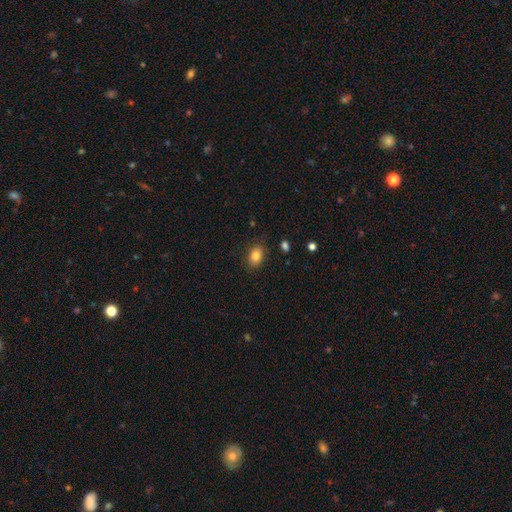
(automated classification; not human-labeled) A smooth galaxy with no disk features (83%) that is in between round and cigar-shaped (79%).

Vote fractions:
- Smooth or featured? smooth: 83% / star or artifact: 9% / featured or disk: 8%
- How rounded? in between: 79% / round: 20% / cigar-shaped: 1%
- Merging? none: 84% / minor disturbance: 12% / major disturbance: 3% / merger: 2%